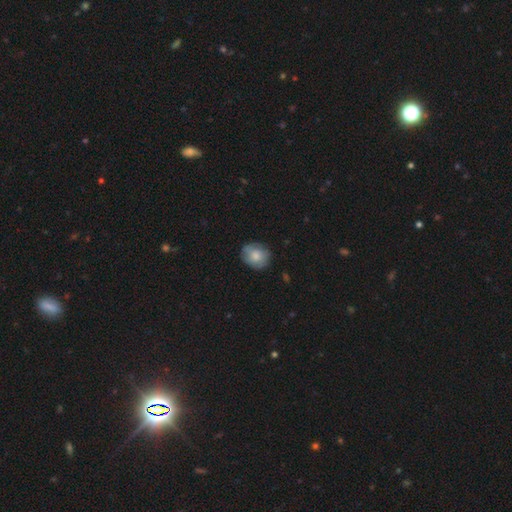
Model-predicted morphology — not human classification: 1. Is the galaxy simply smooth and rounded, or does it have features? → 73% smooth, 20% featured or disk, 7% star or artifact.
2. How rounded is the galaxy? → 67% round, 32% in between, 1% cigar-shaped.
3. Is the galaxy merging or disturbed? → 75% none, 19% minor disturbance, 5% major disturbance, 1% merger.